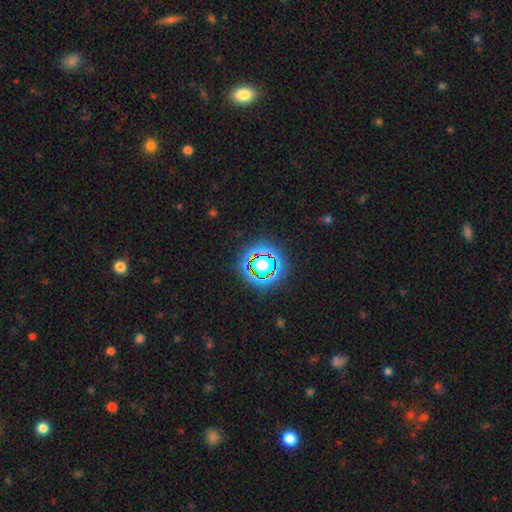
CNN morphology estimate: A star or artifact, not a galaxy (63%).